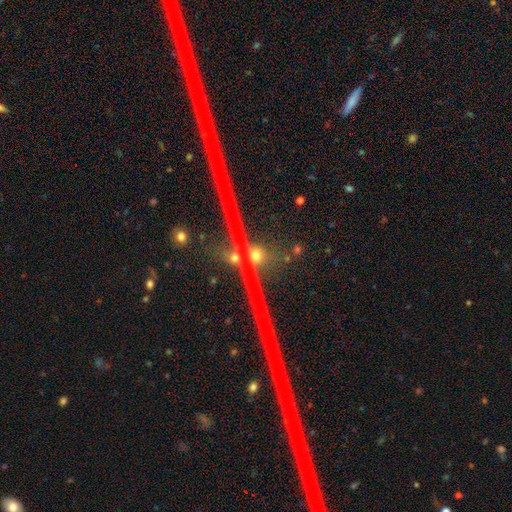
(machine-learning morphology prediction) A star or artifact, not a galaxy (62%).

Vote fractions:
- Smooth or featured? star or artifact: 62% / featured or disk: 23% / smooth: 15%